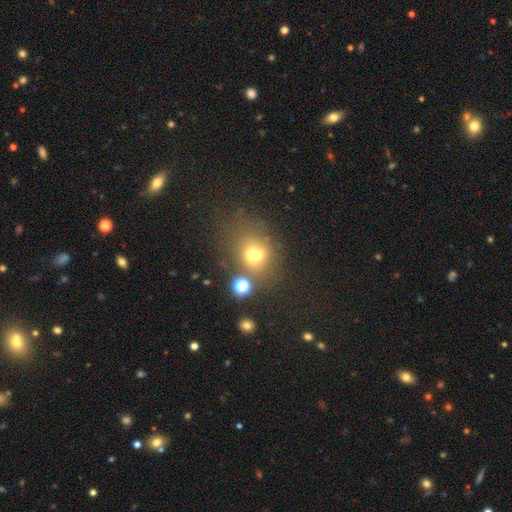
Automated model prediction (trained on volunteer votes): Smooth or featured: smooth — 65% (star or artifact — 19%)
How rounded: round — 52% (in between — 46%)
Merging: none — 53% (merger — 19%)